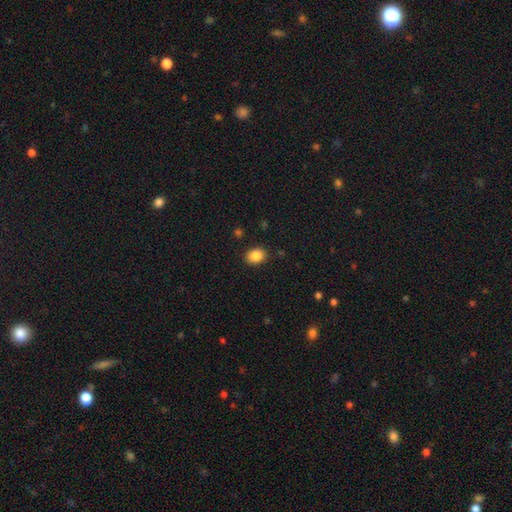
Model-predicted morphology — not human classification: Smooth or featured: smooth — 87% (star or artifact — 9%)
How rounded: in between — 65% (round — 34%)
Merging: none — 88% (minor disturbance — 8%)